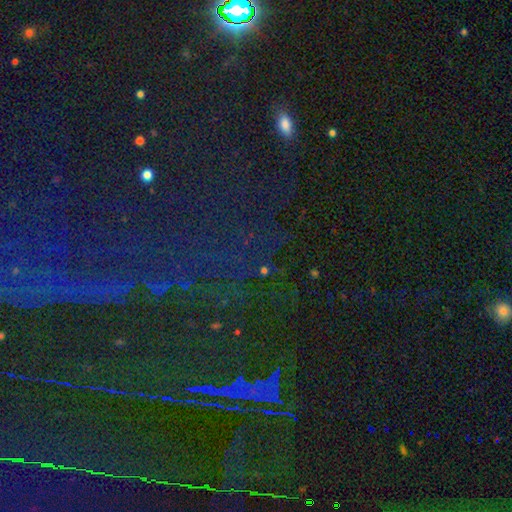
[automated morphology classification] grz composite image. It shows a star or artifact, not a galaxy (78%).